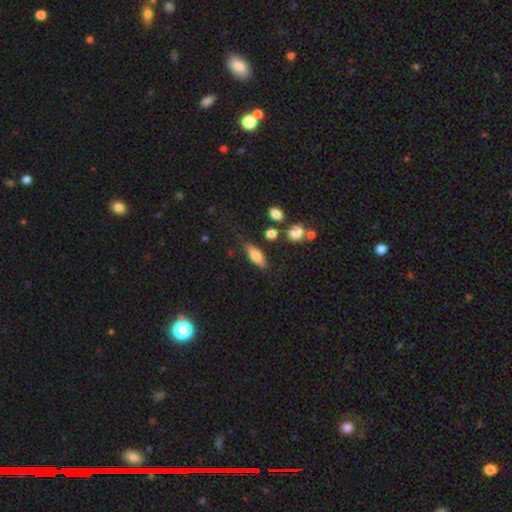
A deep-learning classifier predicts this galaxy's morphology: type=smooth (72%); roundness=in between (69%); merging=none (72%).